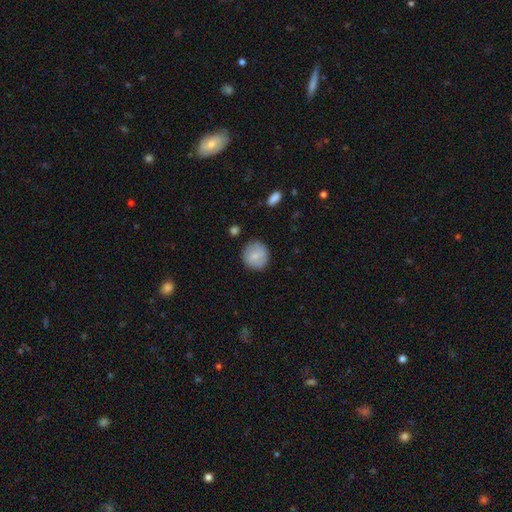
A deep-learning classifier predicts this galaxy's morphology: Smooth or featured?
  - smooth: 80% *
  - featured or disk: 12%
  - star or artifact: 7%
How rounded?
  - round: 92% *
  - in between: 7%
  - cigar-shaped: 1%
Merging?
  - none: 83% *
  - minor disturbance: 12%
  - major disturbance: 3%
  - merger: 2%